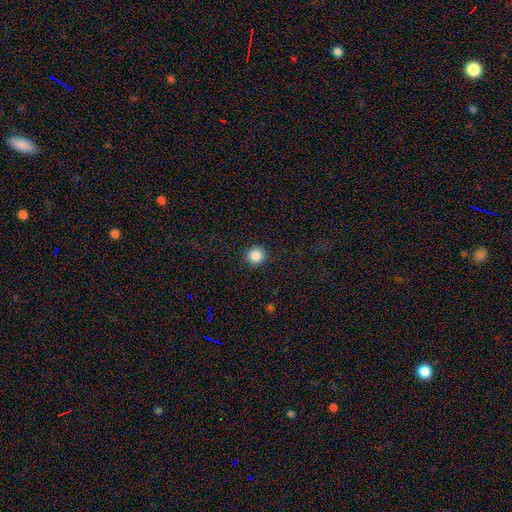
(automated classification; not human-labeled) This appears to be a smooth galaxy with no disk features (87%) that is round (94%). Merging: none (92%).